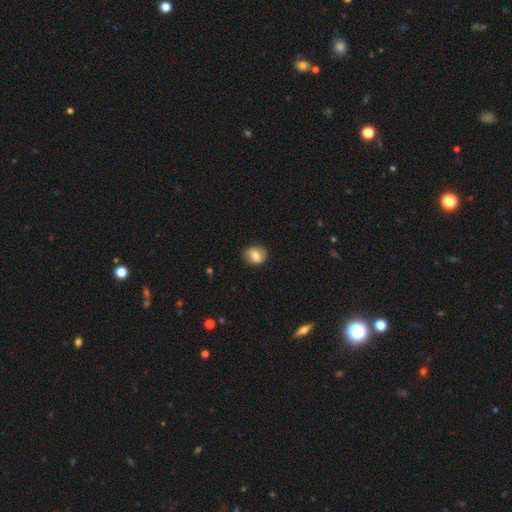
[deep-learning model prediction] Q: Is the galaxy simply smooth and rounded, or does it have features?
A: smooth — 75%.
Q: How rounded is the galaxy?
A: round — 57%.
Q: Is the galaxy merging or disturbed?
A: none — 79%.